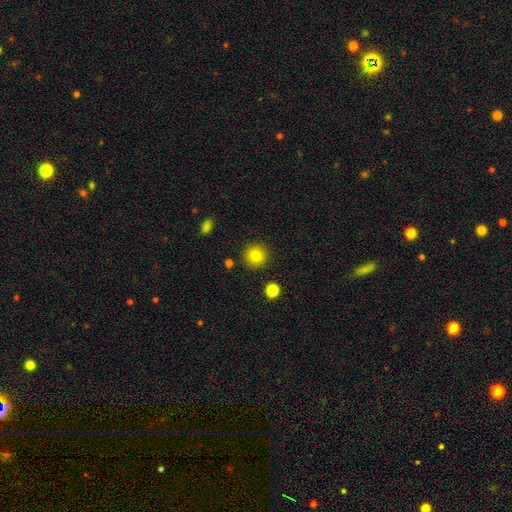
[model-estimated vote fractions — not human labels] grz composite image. It shows a smooth galaxy with no disk features (81%) that is round (94%). Merging: none (90%).